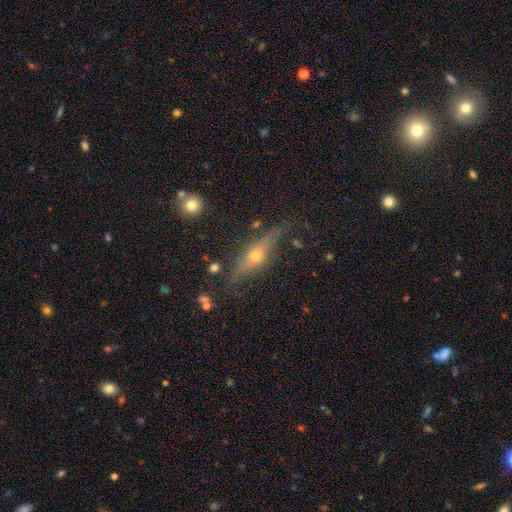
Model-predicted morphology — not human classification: type=featured or disk (71%); edge-on=yes (91%); edge-on bulge=rounded (94%); merging=none (79%).